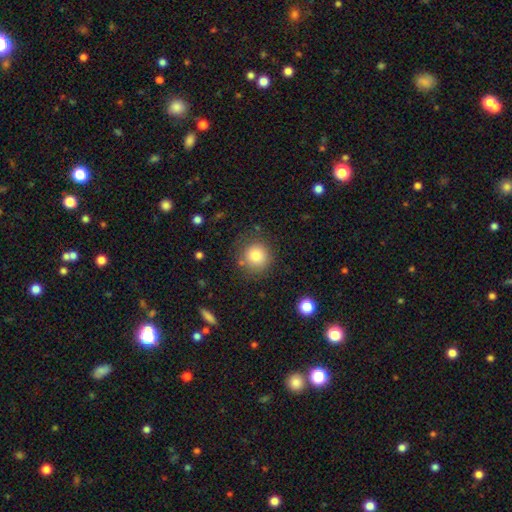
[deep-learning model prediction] smooth 82%, star or artifact 10%, featured or disk 8%. Down the decision tree: how rounded — round (91%); merging — none (80%).